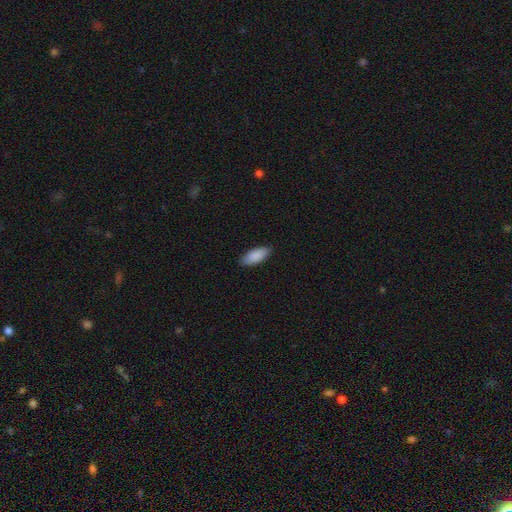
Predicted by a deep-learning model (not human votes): Morphology: type=smooth (89%); roundness=in between (83%); merging=none (86%).